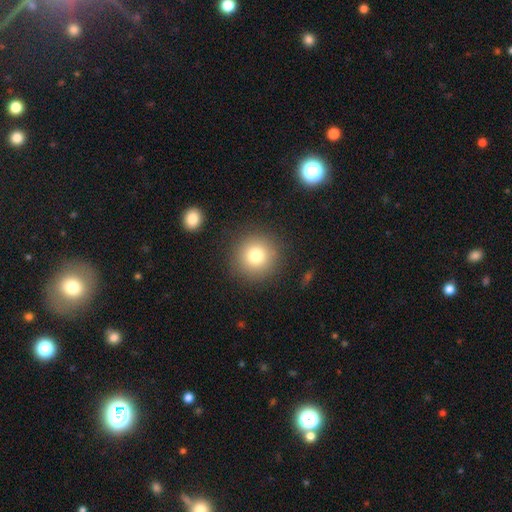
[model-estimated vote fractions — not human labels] Smooth or featured?
  - smooth: 79% *
  - star or artifact: 12%
  - featured or disk: 10%
How rounded?
  - round: 94% *
  - in between: 5%
  - cigar-shaped: 1%
Merging?
  - none: 88% *
  - minor disturbance: 7%
  - major disturbance: 3%
  - merger: 2%